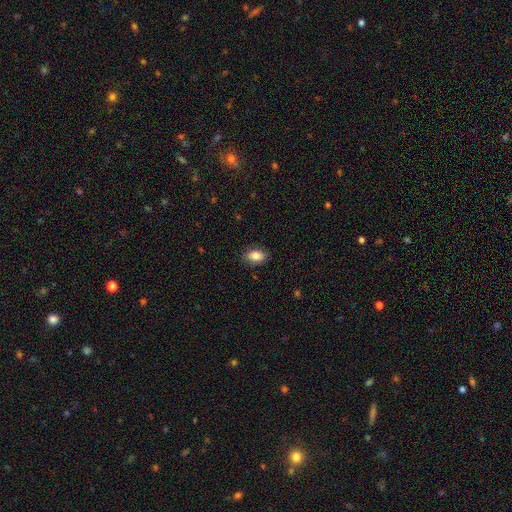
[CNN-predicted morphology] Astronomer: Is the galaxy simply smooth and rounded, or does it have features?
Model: smooth — 85%.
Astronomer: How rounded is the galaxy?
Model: in between — 85%.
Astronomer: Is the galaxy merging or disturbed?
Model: none — 86%.